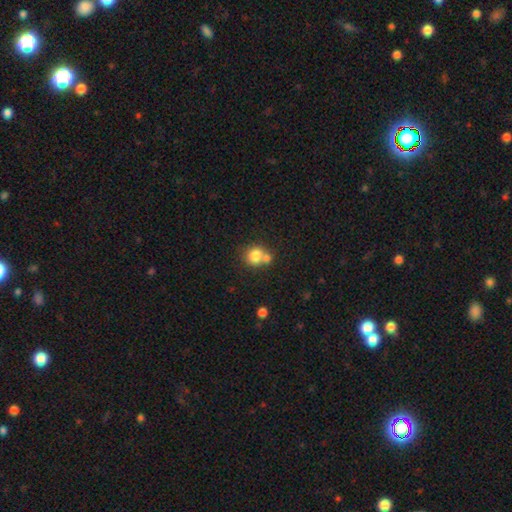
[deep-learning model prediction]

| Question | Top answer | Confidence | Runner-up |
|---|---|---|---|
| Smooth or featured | smooth | 80% | featured or disk (10%) |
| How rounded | round | 83% | in between (17%) |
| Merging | none | 50% | merger (38%) |